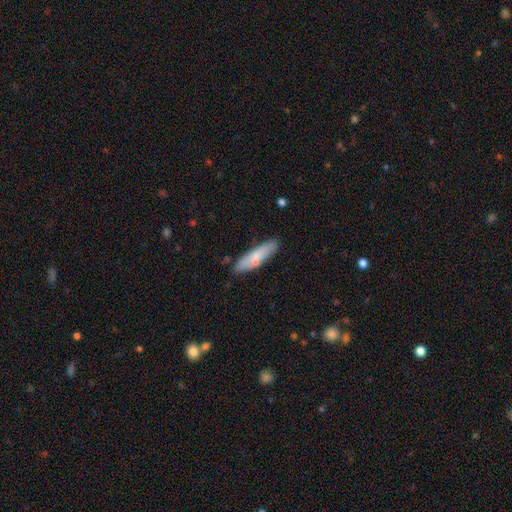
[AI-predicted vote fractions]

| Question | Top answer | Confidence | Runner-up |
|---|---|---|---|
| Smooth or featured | smooth | 69% | featured or disk (24%) |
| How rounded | cigar-shaped | 75% | in between (24%) |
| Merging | none | 80% | minor disturbance (14%) |